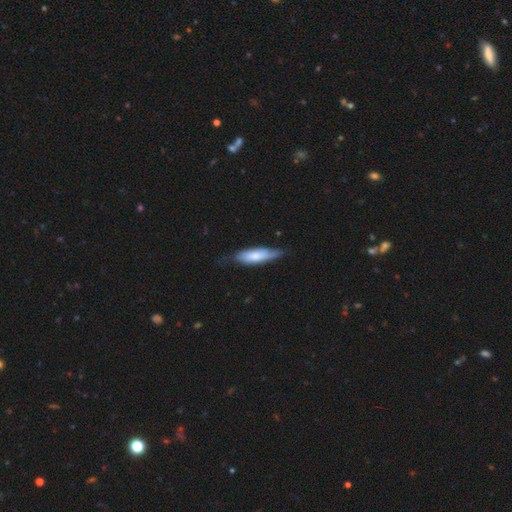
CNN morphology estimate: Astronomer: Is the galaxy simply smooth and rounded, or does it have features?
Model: smooth — 69%.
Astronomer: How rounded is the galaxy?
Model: cigar-shaped — 55% (runner-up: in between, 43%).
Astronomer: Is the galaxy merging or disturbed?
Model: none — 57% (runner-up: minor disturbance, 33%).